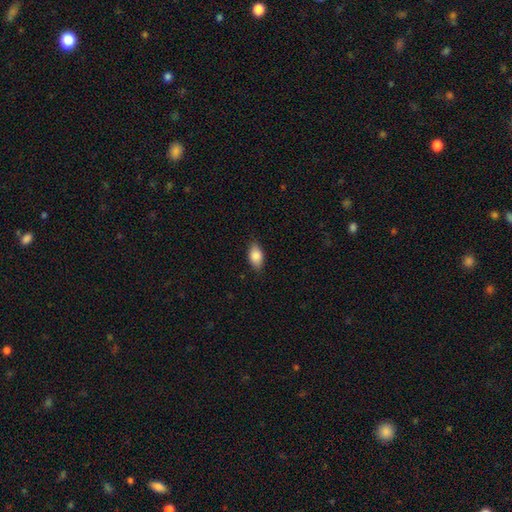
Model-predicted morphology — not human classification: smooth_or_featured: smooth (p=0.87) [alt: star or artifact p=0.07]
how_rounded: in between (p=0.91) [alt: round p=0.05]
merging: none (p=0.83) [alt: minor disturbance p=0.13]